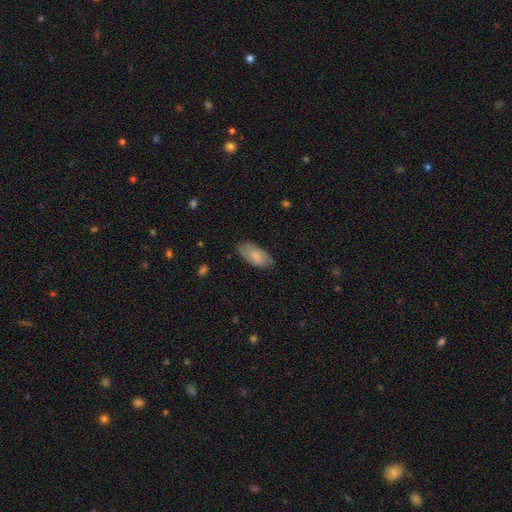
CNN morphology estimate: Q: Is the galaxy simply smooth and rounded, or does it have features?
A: smooth — 78%.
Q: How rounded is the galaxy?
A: in between — 91%.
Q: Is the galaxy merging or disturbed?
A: none — 76%.